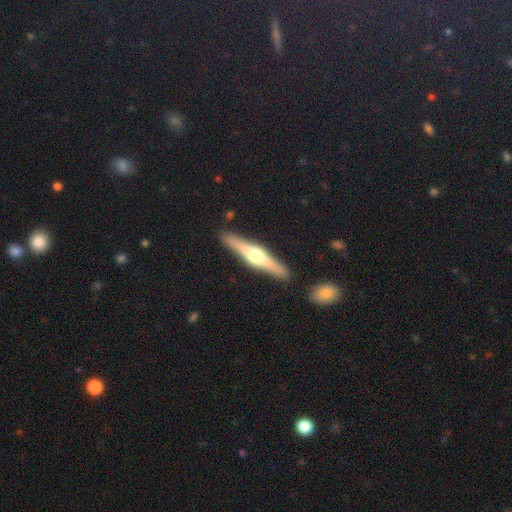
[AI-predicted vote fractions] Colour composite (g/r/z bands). It shows a featured or disk galaxy (68%) viewed edge-on (97%) with a rounded central bulge (90%). Merging: none (89%).